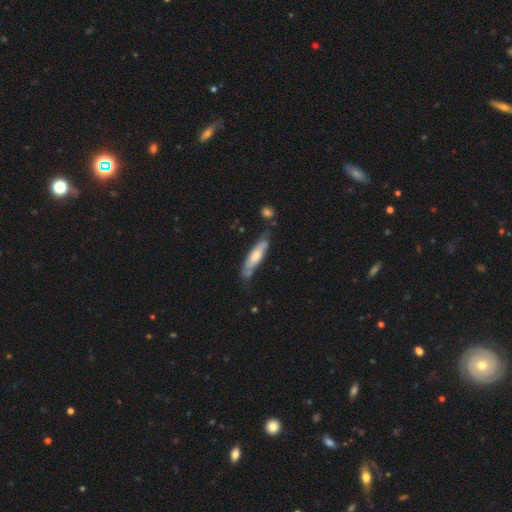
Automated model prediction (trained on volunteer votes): A smooth galaxy with no disk features (54%) that is cigar-shaped (73%). Merging: none (62%).